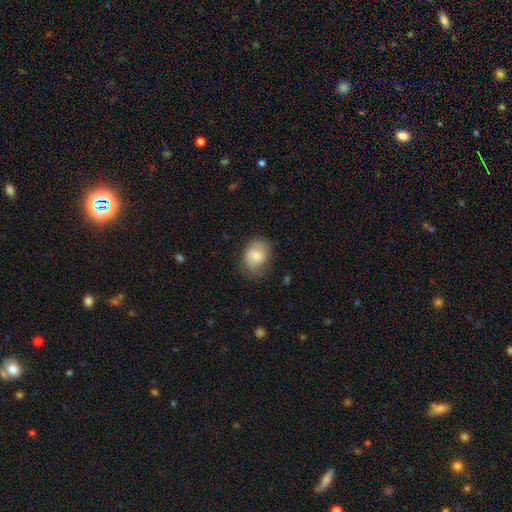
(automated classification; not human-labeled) This is clearly a smooth galaxy (84%). How rounded: possibly in between (57%). Merging: likely none (66%).